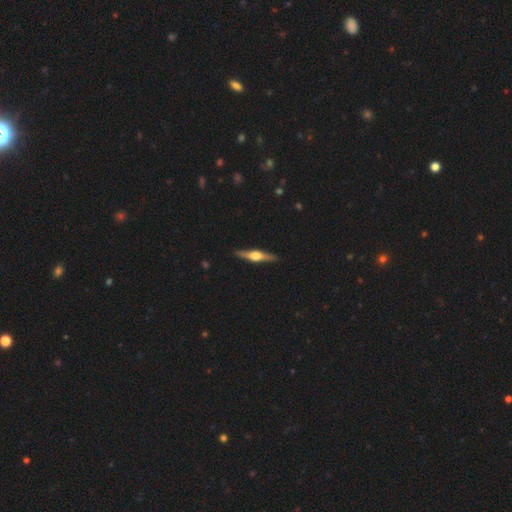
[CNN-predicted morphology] Smooth or featured? Predicted: featured or disk (p=0.74). Edge-on disk? Predicted: yes (p=0.97). Edge-on bulge? Predicted: rounded (p=0.93). Merging? Predicted: none (p=0.91).